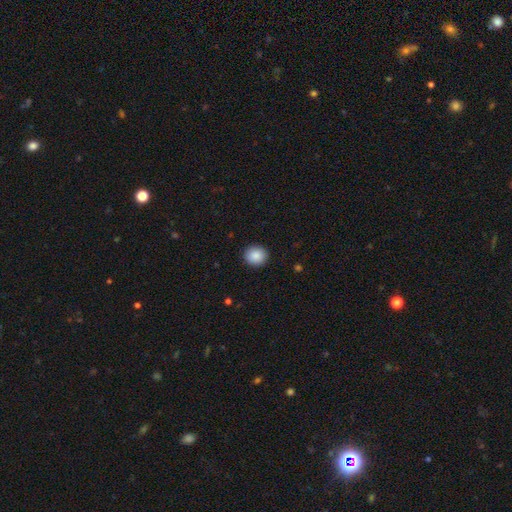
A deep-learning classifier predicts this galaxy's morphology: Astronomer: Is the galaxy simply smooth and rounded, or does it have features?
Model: smooth — 88%.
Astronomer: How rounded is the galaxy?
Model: round — 86%.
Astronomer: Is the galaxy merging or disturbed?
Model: none — 92%.